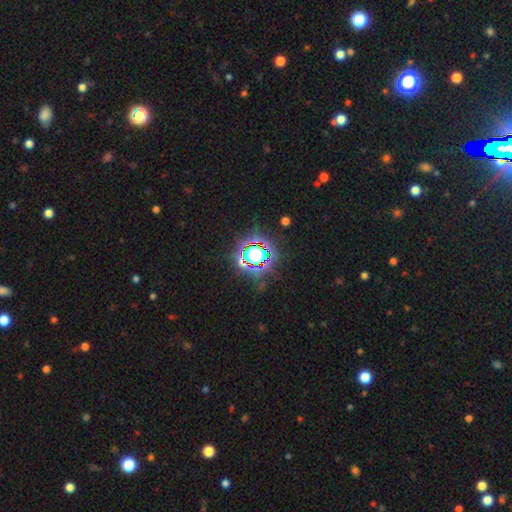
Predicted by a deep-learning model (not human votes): A star or artifact, not a galaxy (72%).